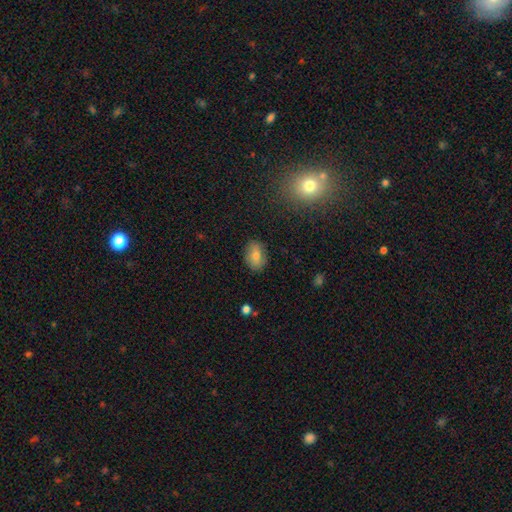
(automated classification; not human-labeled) Overall: smooth (70%). How rounded: in between (79%). Merging: none (85%).